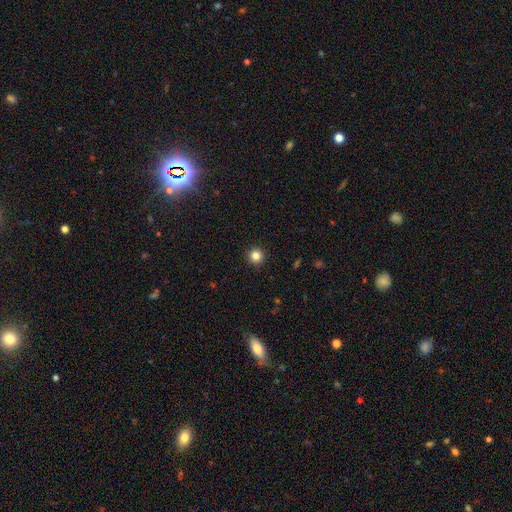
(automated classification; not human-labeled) Morphology: type=smooth (84%); roundness=round (96%); merging=none (94%).